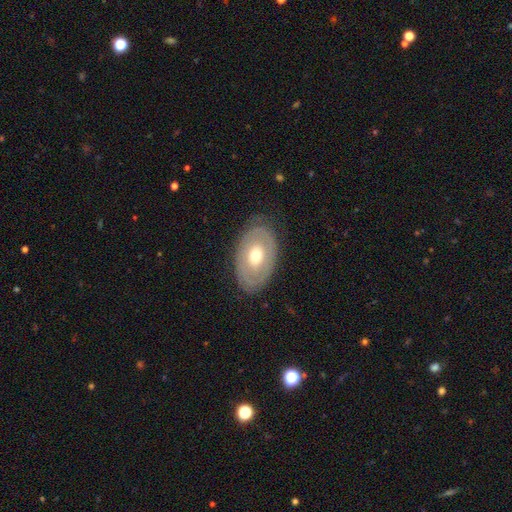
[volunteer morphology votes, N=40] This appears to be a featured or disk galaxy (50%) with no bar (90%), no spiral arms (75%) and a moderate central bulge (80%). Merging: none (68%).